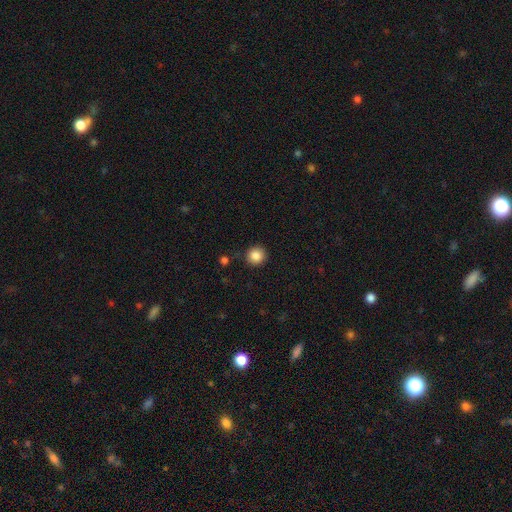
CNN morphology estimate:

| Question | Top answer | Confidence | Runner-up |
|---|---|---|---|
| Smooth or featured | smooth | 87% | star or artifact (10%) |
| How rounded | round | 93% | in between (6%) |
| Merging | none | 89% | minor disturbance (7%) |